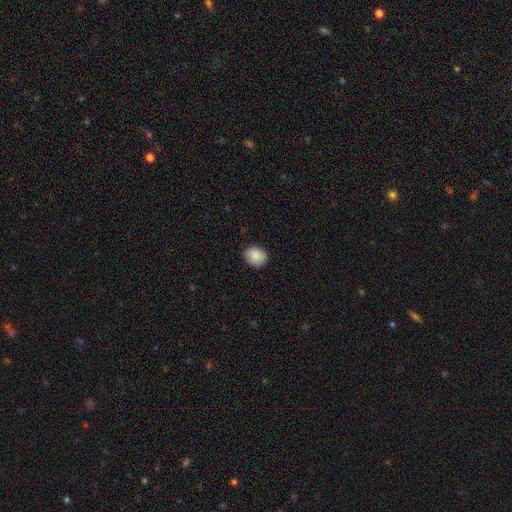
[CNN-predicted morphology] Smooth or featured: smooth — 87% (star or artifact — 7%)
How rounded: round — 56% (in between — 43%)
Merging: none — 85% (minor disturbance — 12%)